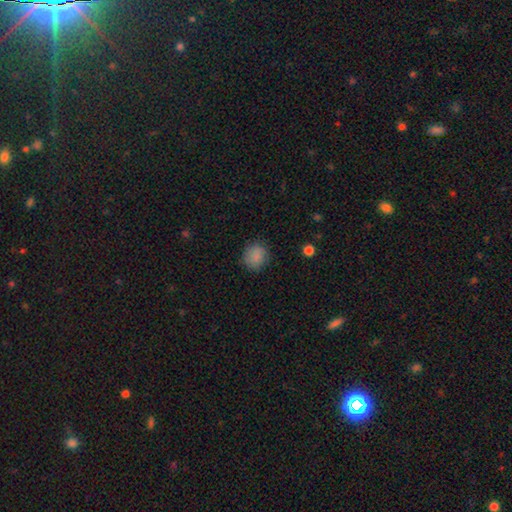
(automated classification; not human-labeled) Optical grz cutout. It shows a smooth galaxy with no disk features (86%) that is round (74%). Merging: none (84%).